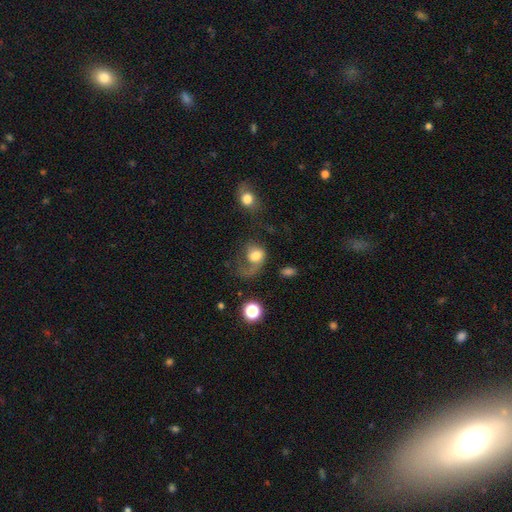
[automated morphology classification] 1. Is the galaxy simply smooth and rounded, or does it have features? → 53% smooth, 37% featured or disk, 10% star or artifact.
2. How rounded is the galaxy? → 58% round, 41% in between, 1% cigar-shaped.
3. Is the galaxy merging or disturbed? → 55% major disturbance, 23% none, 16% minor disturbance, 6% merger.